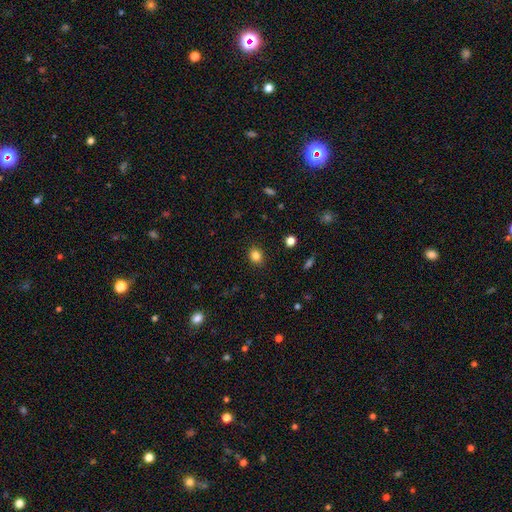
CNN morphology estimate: Q: Smooth or featured?
A: smooth (84%); runner-up: star or artifact (12%)
Q: How rounded?
A: round (66%); runner-up: in between (33%)
Q: Merging?
A: none (89%); runner-up: minor disturbance (8%)